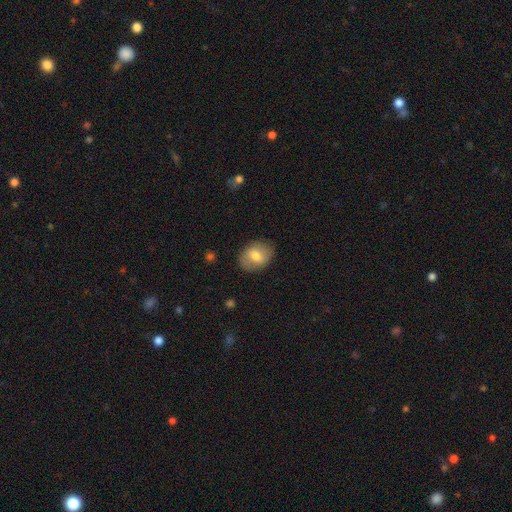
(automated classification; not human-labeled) Smooth or featured? Predicted: smooth (p=0.67). How rounded? Predicted: in between (p=0.65). Merging? Predicted: none (p=0.82).